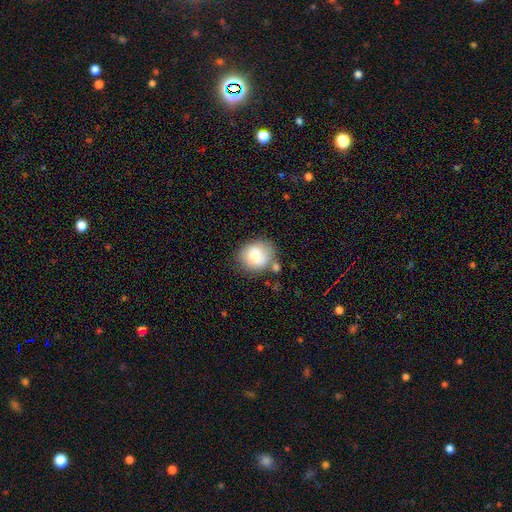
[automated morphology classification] smooth-or-featured: smooth: 78% | featured or disk: 14% | star or artifact: 8%
  how-rounded: round: 74% | in between: 25% | cigar-shaped: 1%
  merging: none: 55% | minor disturbance: 22% | merger: 14% | major disturbance: 9%